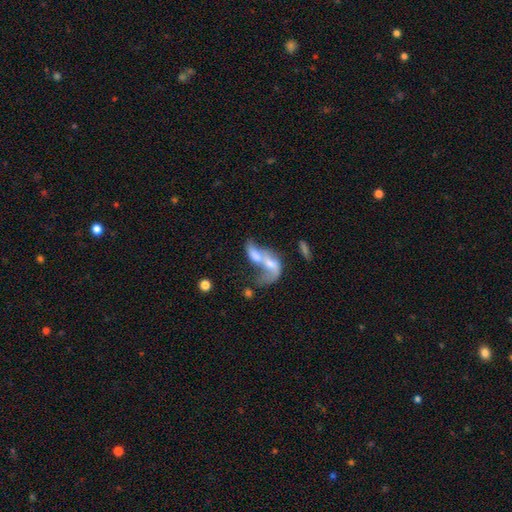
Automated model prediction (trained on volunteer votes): A smooth galaxy with no disk features (47%). Merging: merger (74%).